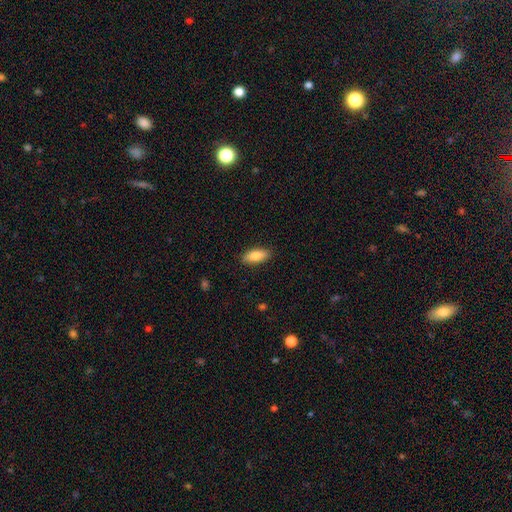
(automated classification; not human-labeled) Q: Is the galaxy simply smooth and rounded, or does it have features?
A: smooth — 85%.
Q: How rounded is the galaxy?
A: in between — 79%.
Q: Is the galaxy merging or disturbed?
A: none — 88%.